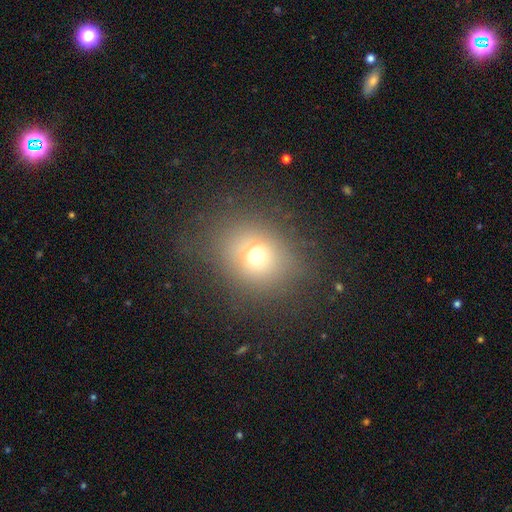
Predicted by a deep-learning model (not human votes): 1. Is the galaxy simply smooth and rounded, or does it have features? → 66% smooth, 19% star or artifact, 15% featured or disk.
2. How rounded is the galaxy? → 72% round, 27% in between, 1% cigar-shaped.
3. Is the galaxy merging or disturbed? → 74% none, 14% minor disturbance, 10% major disturbance, 2% merger.